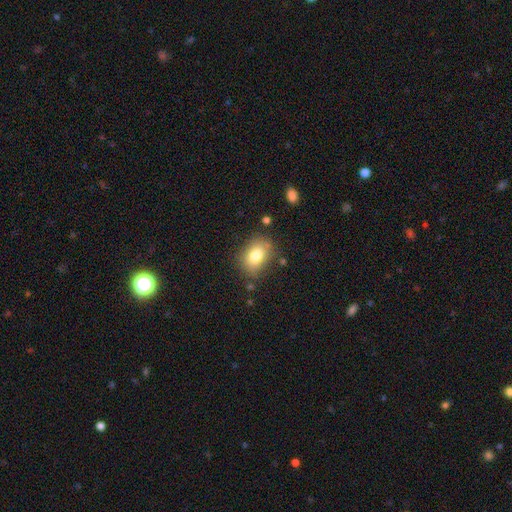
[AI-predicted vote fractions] A smooth galaxy with no disk features (79%) that is in between round and cigar-shaped (75%).

Vote fractions:
- Smooth or featured? smooth: 79% / featured or disk: 12% / star or artifact: 9%
- How rounded? in between: 75% / round: 24% / cigar-shaped: 1%
- Merging? none: 76% / minor disturbance: 16% / major disturbance: 5% / merger: 3%